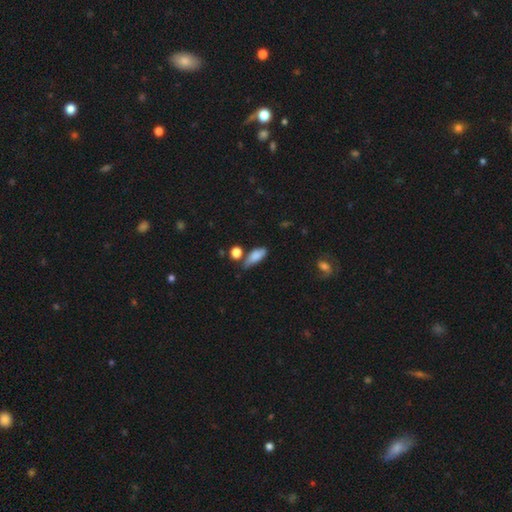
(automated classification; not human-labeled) The model was most divided on "merging": none: 49%, minor disturbance: 30%, merger: 11%, major disturbance: 9%. More confident: smooth or featured — smooth (77%); how rounded — in between (71%).